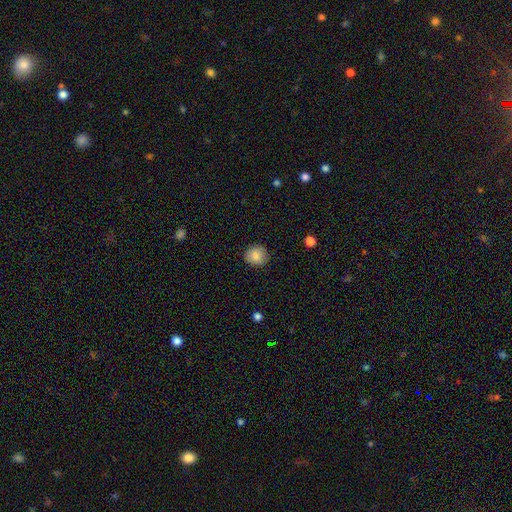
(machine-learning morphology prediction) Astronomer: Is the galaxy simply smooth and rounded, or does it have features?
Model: smooth — 86%.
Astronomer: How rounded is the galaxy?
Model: round — 77%.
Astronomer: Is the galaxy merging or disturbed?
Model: none — 86%.